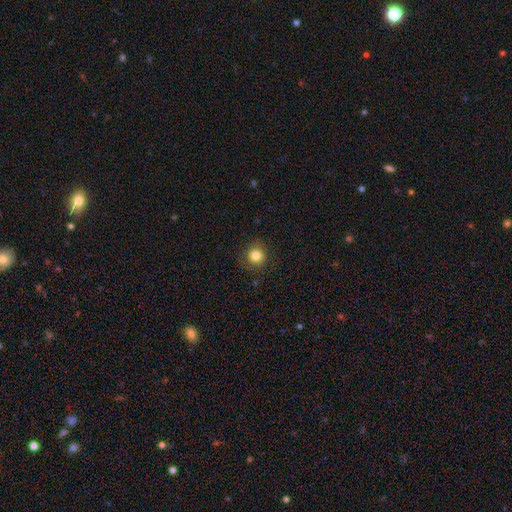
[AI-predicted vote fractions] Q: Smooth or featured?
A: smooth (83%); runner-up: star or artifact (11%)
Q: How rounded?
A: round (90%); runner-up: in between (9%)
Q: Merging?
A: none (86%); runner-up: minor disturbance (10%)